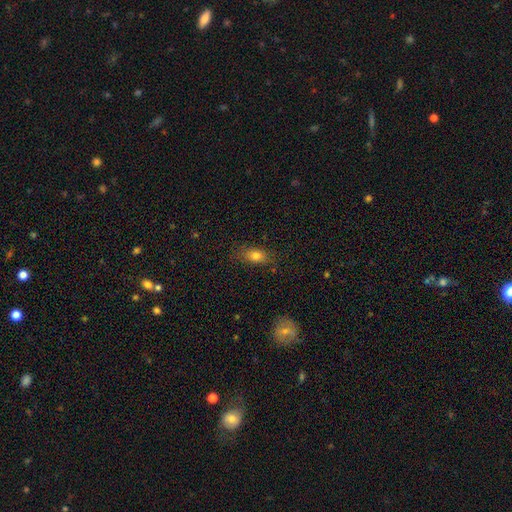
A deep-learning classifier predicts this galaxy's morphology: A smooth galaxy with no disk features (78%) that is in between round and cigar-shaped (79%).

Vote fractions:
- Smooth or featured? smooth: 78% / featured or disk: 11% / star or artifact: 11%
- How rounded? in between: 79% / round: 11% / cigar-shaped: 10%
- Merging? none: 79% / minor disturbance: 15% / major disturbance: 5% / merger: 2%